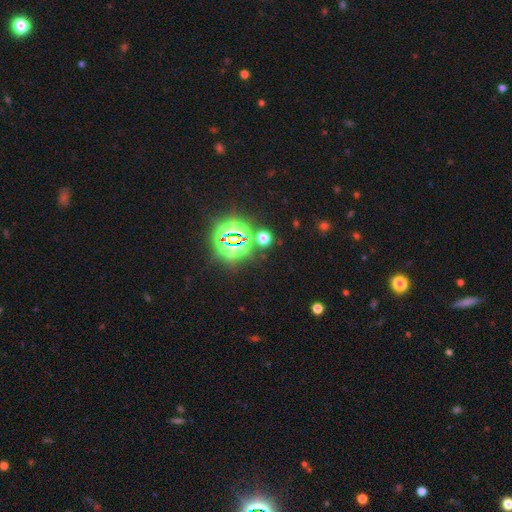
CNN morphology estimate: smooth_or_featured: star or artifact (p=0.82) [alt: smooth p=0.11]